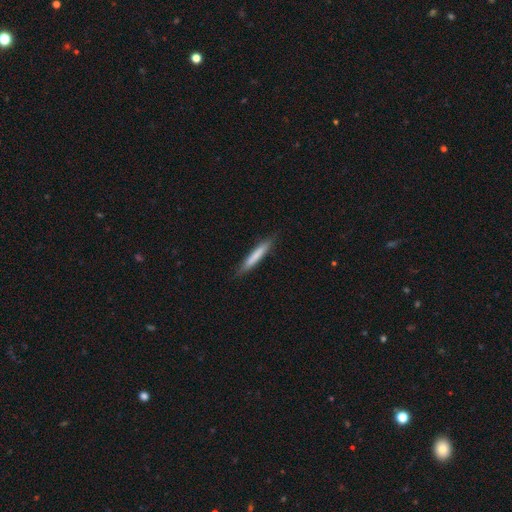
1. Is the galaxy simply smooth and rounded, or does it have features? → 67% smooth, 31% featured or disk, 3% star or artifact.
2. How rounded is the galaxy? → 100% cigar-shaped, 0% round, 0% in between.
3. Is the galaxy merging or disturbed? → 87% none, 8% minor disturbance, 3% major disturbance, 3% merger.